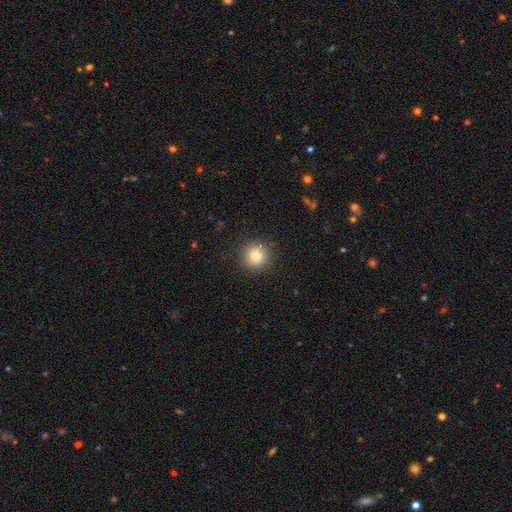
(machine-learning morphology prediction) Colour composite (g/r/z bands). It shows a smooth galaxy with no disk features (83%) that is round (91%). Merging: none (89%).